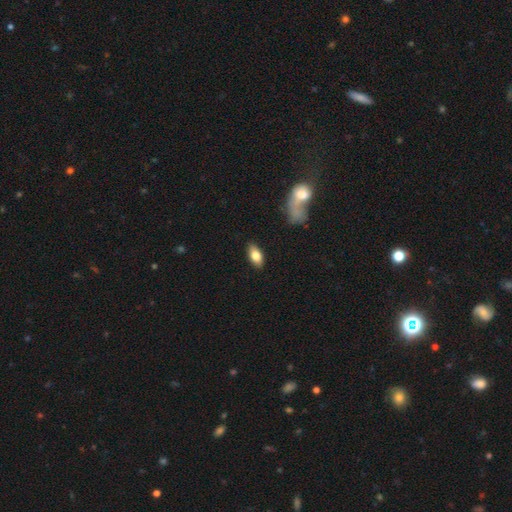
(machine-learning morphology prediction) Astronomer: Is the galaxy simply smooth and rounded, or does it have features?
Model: smooth — 78%.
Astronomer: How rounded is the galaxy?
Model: in between — 90%.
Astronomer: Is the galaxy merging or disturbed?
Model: none — 87%.